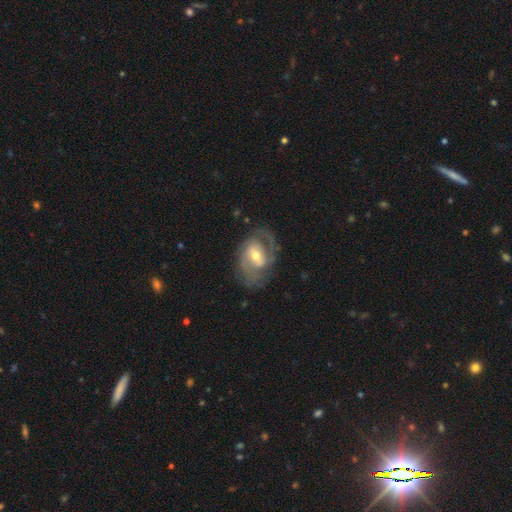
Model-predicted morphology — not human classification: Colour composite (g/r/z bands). It shows a featured or disk galaxy (79%) with a weak bar (46%), 2 (72%) medium (48%) spiral arms (87%) and a moderate central bulge (60%). Merging: none (66%).